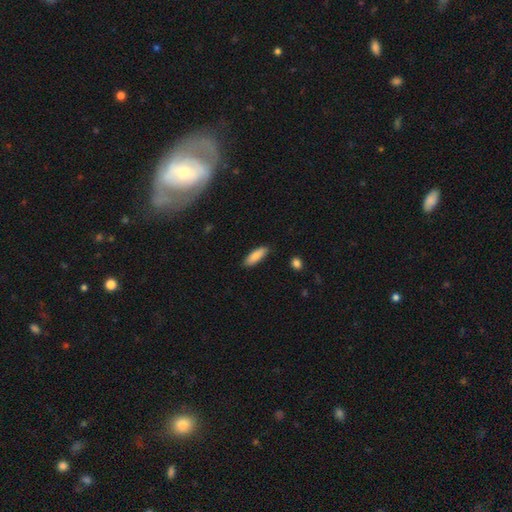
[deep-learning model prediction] A smooth galaxy with no disk features (86%) that is in between round and cigar-shaped (56%). Merging: none (87%).